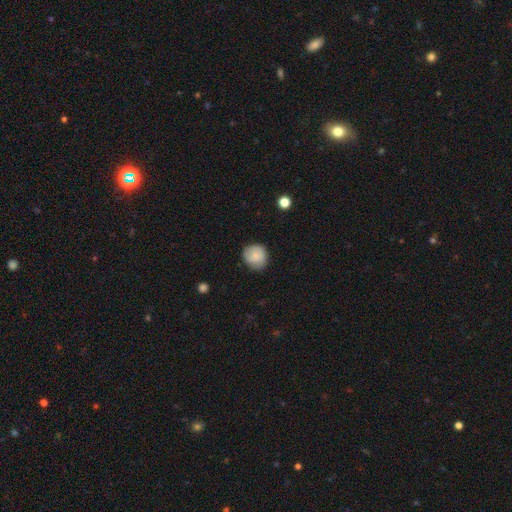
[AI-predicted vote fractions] smooth 81%, featured or disk 12%, star or artifact 7%. Down the decision tree: how rounded — round (84%); merging — none (73%).